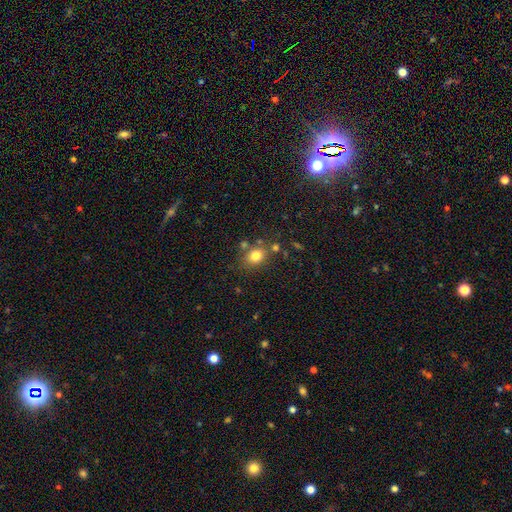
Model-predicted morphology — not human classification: type=smooth (79%); roundness=round (53%); merging=none (71%).